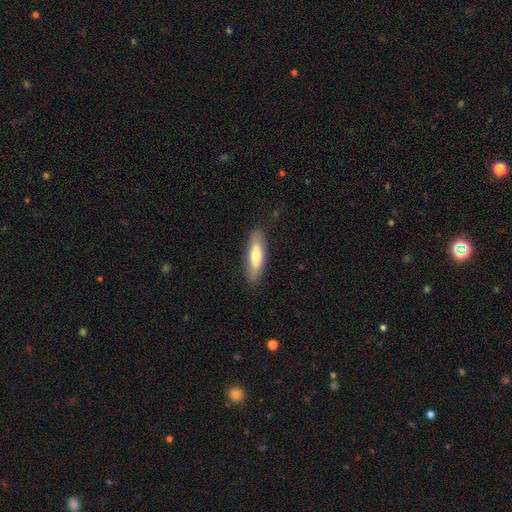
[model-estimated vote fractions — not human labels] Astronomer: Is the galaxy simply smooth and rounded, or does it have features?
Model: smooth — 63%.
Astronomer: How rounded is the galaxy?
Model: cigar-shaped — 54% (runner-up: in between, 44%).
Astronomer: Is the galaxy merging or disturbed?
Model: none — 84%.